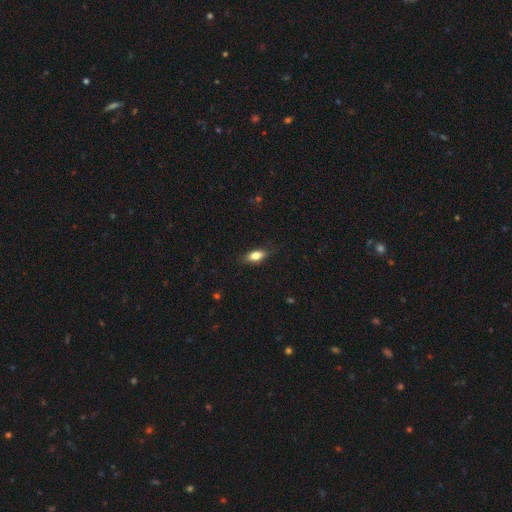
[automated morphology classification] Smooth or featured?
  - smooth: 80% *
  - featured or disk: 13%
  - star or artifact: 7%
How rounded?
  - in between: 81% *
  - cigar-shaped: 14%
  - round: 4%
Merging?
  - none: 82% *
  - minor disturbance: 14%
  - major disturbance: 3%
  - merger: 1%